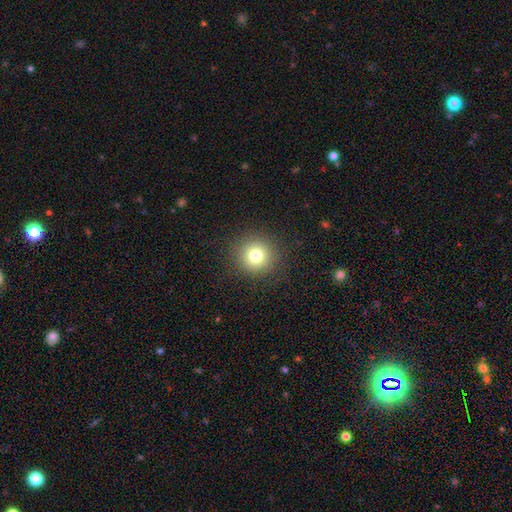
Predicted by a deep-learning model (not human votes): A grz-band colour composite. It shows a smooth galaxy with no disk features (78%) that is round (94%). Merging: none (90%).